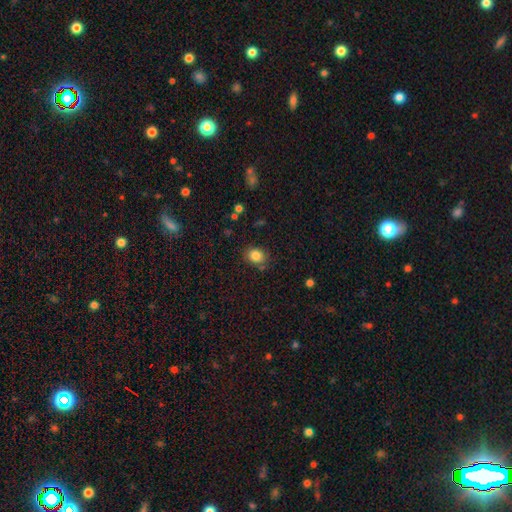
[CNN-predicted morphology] Smooth or featured? Predicted: smooth (p=0.84). How rounded? Predicted: round (p=0.52). Merging? Predicted: none (p=0.78).